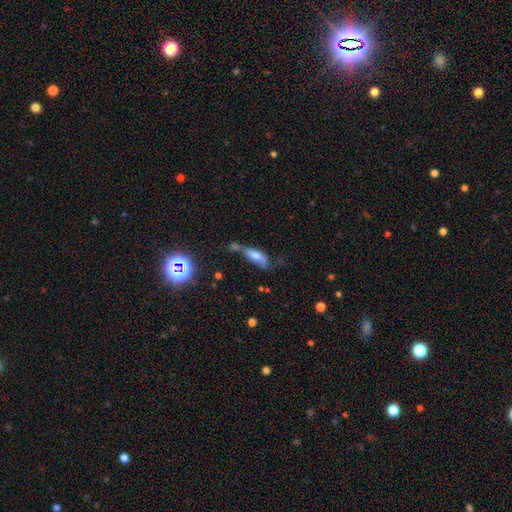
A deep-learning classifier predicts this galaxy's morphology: Smooth or featured? smooth (64%)
How rounded? in between (64%)
Merging? merger (31%)